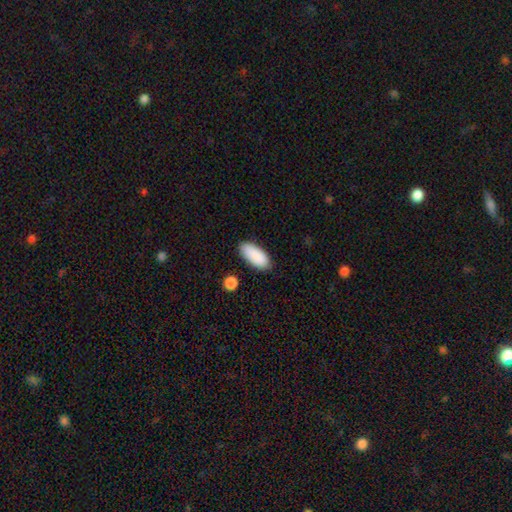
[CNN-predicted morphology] This appears to be a smooth galaxy with no disk features (90%) that is in between round and cigar-shaped (87%). Merging: none (83%).